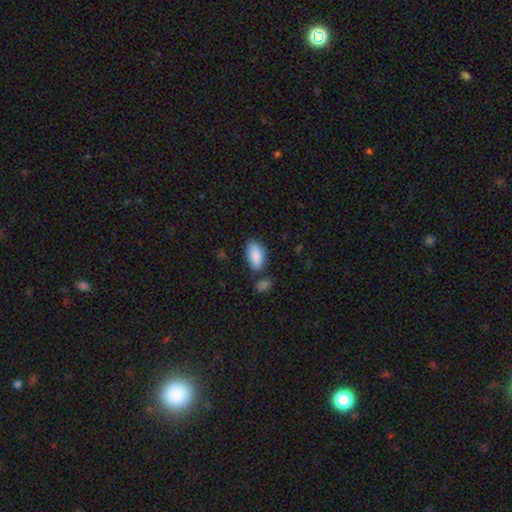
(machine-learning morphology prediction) smooth_or_featured: smooth (p=0.89) [alt: star or artifact p=0.06]
how_rounded: in between (p=0.94) [alt: cigar-shaped p=0.03]
merging: none (p=0.71) [alt: minor disturbance p=0.15]